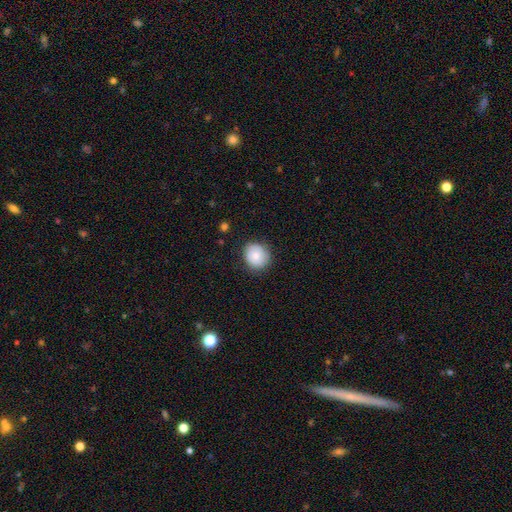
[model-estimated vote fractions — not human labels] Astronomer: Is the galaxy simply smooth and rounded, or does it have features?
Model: smooth — 75%.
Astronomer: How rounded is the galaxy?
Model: round — 82%.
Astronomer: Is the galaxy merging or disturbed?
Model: none — 82%.